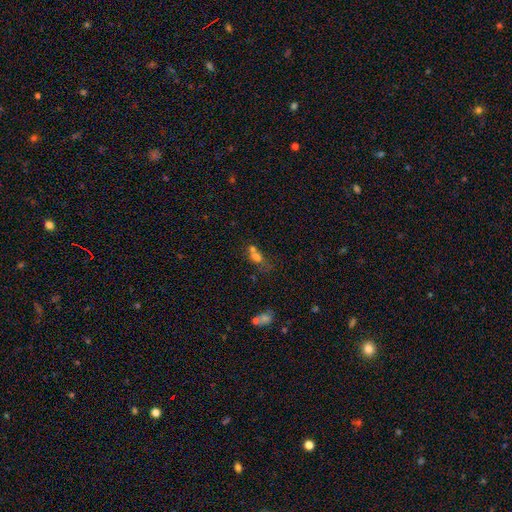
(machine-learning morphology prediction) A smooth galaxy with no disk features (63%) that is in between round and cigar-shaped (57%). Merging: merger (54%).